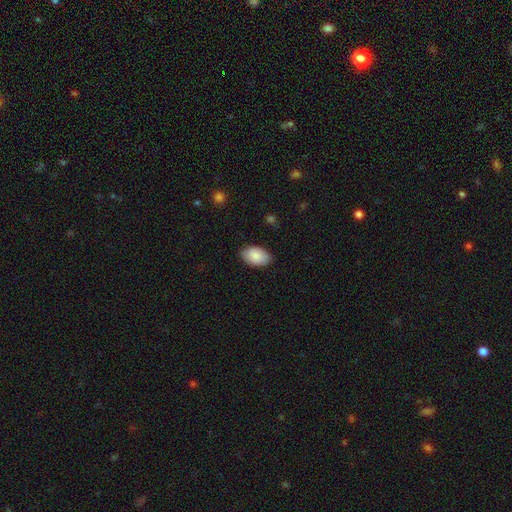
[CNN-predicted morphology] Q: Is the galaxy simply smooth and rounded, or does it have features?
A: smooth — 88%.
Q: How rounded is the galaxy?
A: in between — 92%.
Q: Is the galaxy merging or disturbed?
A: none — 84%.